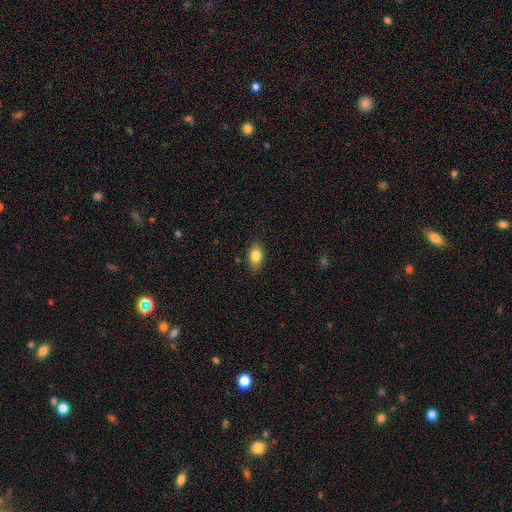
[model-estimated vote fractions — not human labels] Overall: smooth (83%). How rounded: in between (88%). Merging: none (84%).